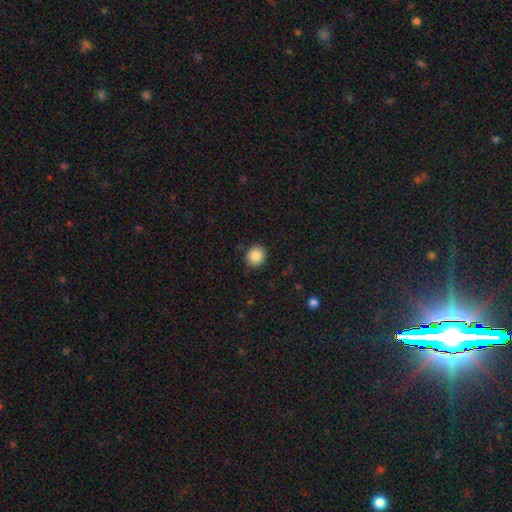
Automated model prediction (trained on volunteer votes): Smooth or featured: smooth — 87% (star or artifact — 9%)
How rounded: round — 79% (in between — 20%)
Merging: none — 89% (minor disturbance — 8%)